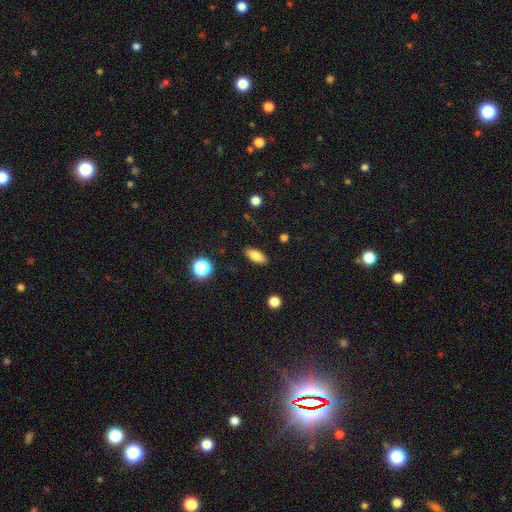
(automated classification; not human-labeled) Smooth or featured: smooth — 80% (featured or disk — 11%)
How rounded: in between — 81% (cigar-shaped — 15%)
Merging: none — 88% (minor disturbance — 8%)